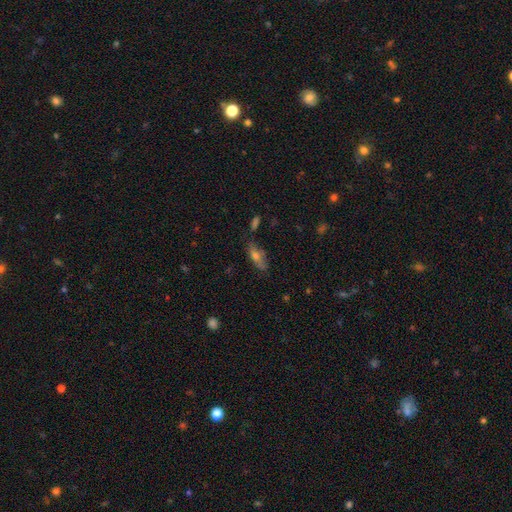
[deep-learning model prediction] smooth-or-featured: smooth: 58% | featured or disk: 30% | star or artifact: 12%
  how-rounded: in between: 67% | cigar-shaped: 29% | round: 4%
  merging: none: 64% | minor disturbance: 23% | major disturbance: 7% | merger: 5%